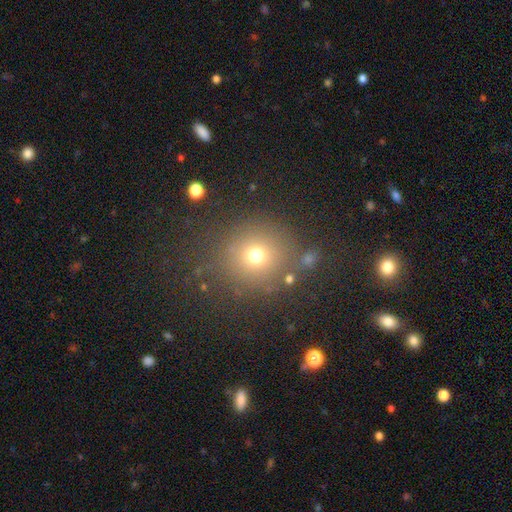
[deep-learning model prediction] Smooth or featured? smooth (71%)
How rounded? round (90%)
Merging? none (80%)